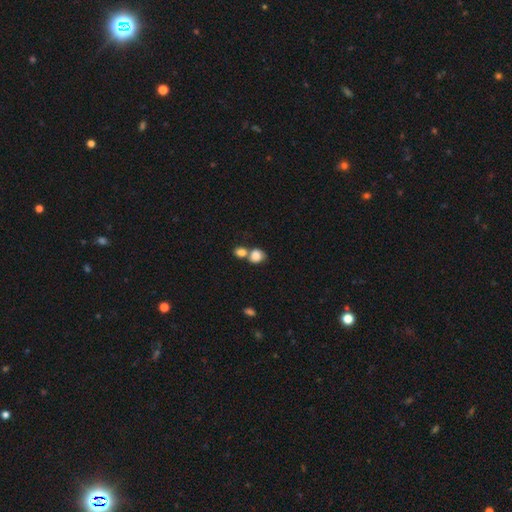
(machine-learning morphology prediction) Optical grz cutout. It shows a smooth galaxy with no disk features (84%) that is round (64%). Merging: merger (52%).